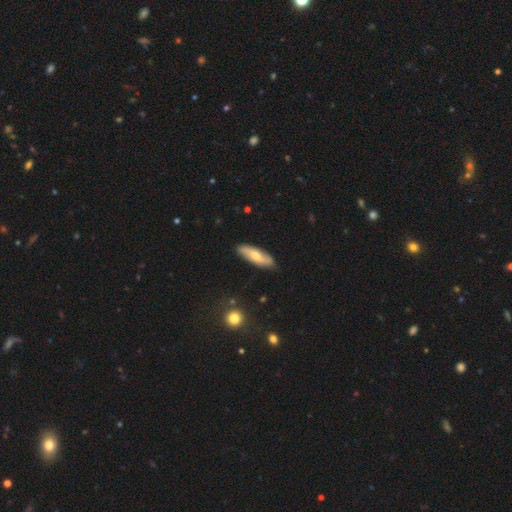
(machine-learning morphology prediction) The model was most divided on "smooth or featured": smooth: 48%, featured or disk: 46%, star or artifact: 5%. More confident: merging — none (84%).